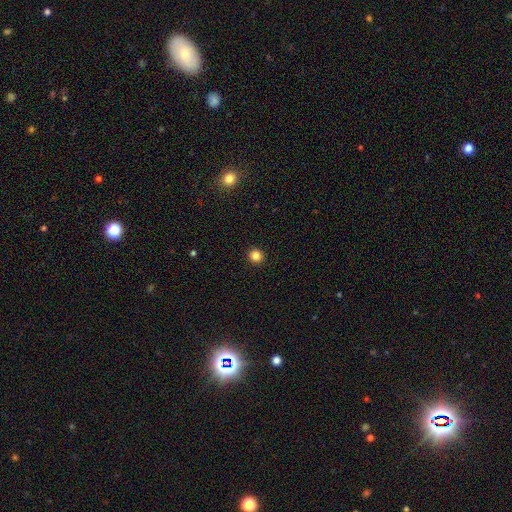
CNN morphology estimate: This is clearly a smooth galaxy (84%). How rounded: clearly round (92%). Merging: clearly none (93%).